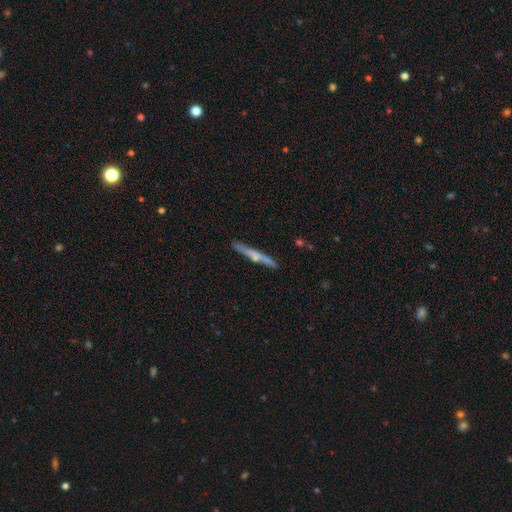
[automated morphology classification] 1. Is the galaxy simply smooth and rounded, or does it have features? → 52% featured or disk, 42% smooth, 6% star or artifact.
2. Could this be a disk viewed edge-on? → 94% yes, 6% no.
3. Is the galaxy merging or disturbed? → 83% none, 12% minor disturbance, 3% merger, 2% major disturbance.